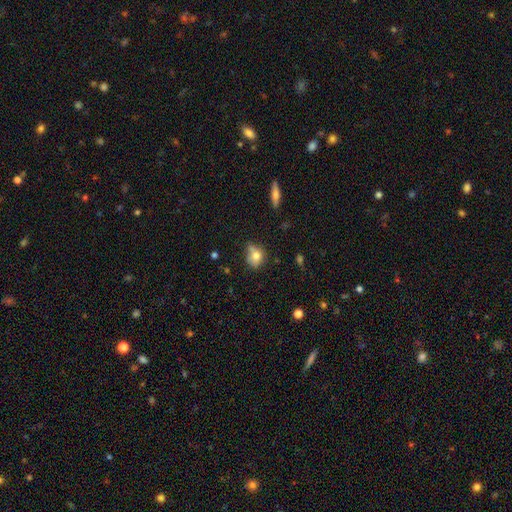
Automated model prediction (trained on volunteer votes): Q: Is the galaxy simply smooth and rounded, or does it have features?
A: smooth — 75%.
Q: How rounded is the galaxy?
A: round — 65%.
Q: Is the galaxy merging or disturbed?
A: none — 48%.